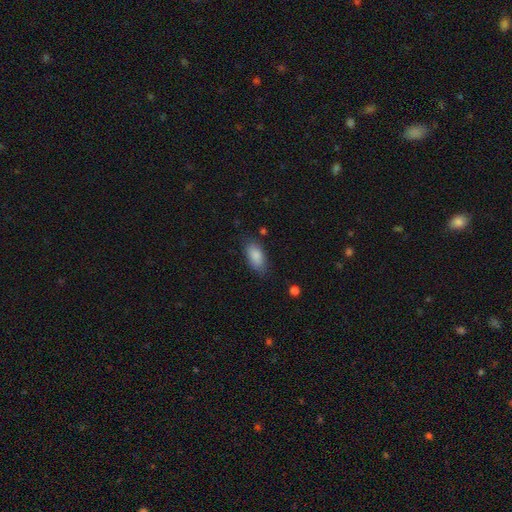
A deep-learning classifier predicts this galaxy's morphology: Q: Smooth or featured?
A: smooth (86%); runner-up: star or artifact (7%)
Q: How rounded?
A: in between (90%); runner-up: cigar-shaped (7%)
Q: Merging?
A: none (76%); runner-up: minor disturbance (18%)